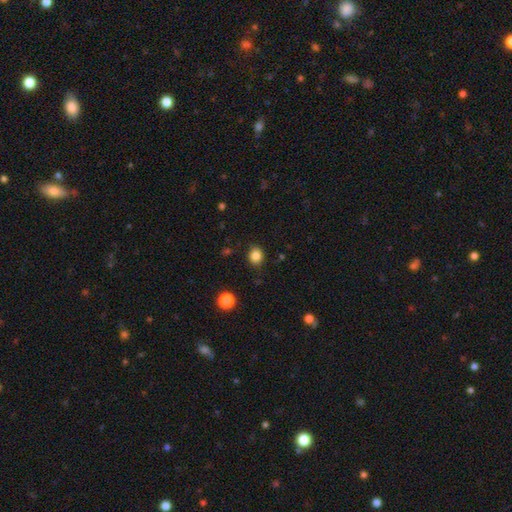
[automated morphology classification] The model was most divided on "how rounded": round: 70%, in between: 29%, cigar-shaped: 1%. More confident: merging — none (87%); smooth or featured — smooth (84%).